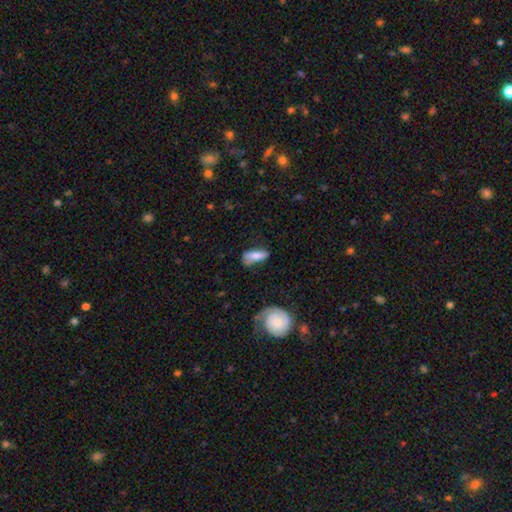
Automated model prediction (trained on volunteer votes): smooth-or-featured: smooth: 70% | featured or disk: 23% | star or artifact: 7%
  how-rounded: in between: 66% | cigar-shaped: 31% | round: 3%
  merging: none: 53% | minor disturbance: 29% | major disturbance: 13% | merger: 5%